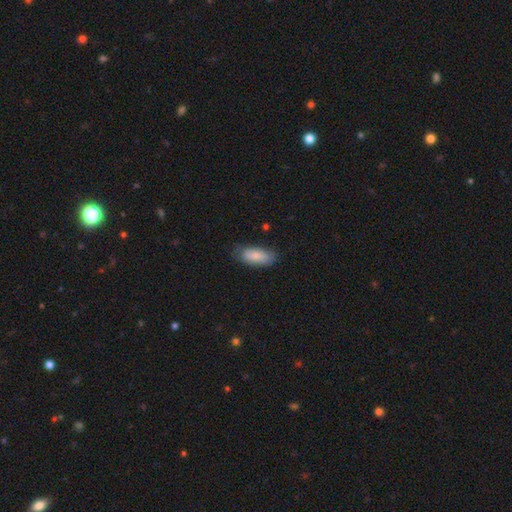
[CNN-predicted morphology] Smooth or featured? Predicted: smooth (p=0.84). How rounded? Predicted: in between (p=0.86). Merging? Predicted: none (p=0.72).